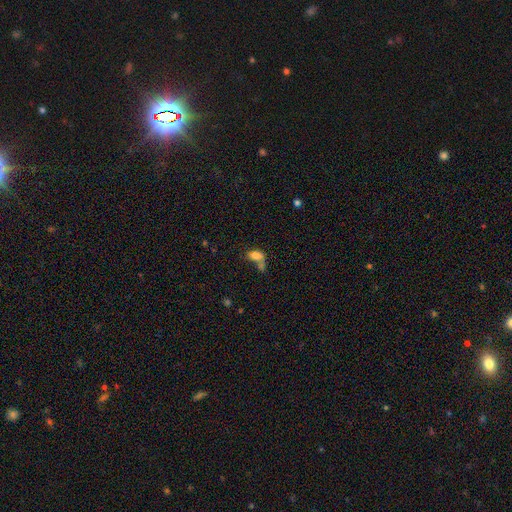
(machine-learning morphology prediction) Smooth or featured?
  - smooth: 73% *
  - featured or disk: 14%
  - star or artifact: 12%
How rounded?
  - in between: 85% *
  - round: 9%
  - cigar-shaped: 6%
Merging?
  - merger: 45% *
  - none: 29%
  - minor disturbance: 14%
  - major disturbance: 13%